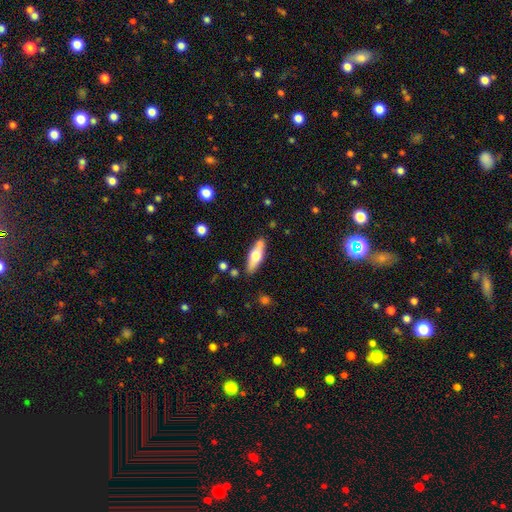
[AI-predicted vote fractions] Morphology: type=smooth (53%); roundness=in between (54%); merging=none (80%).